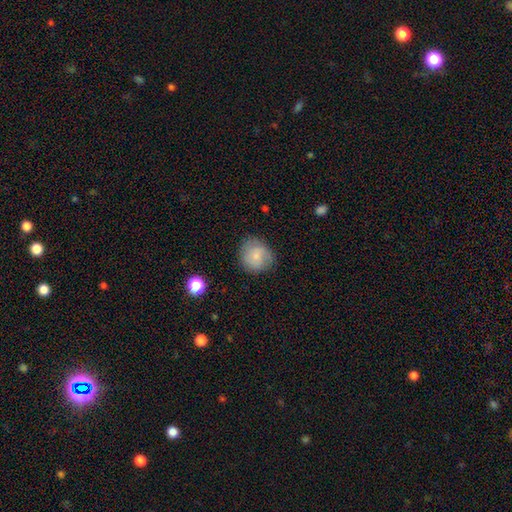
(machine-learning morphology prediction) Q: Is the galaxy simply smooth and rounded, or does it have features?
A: smooth — 70%.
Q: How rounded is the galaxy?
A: round — 83%.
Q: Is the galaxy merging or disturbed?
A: none — 75%.